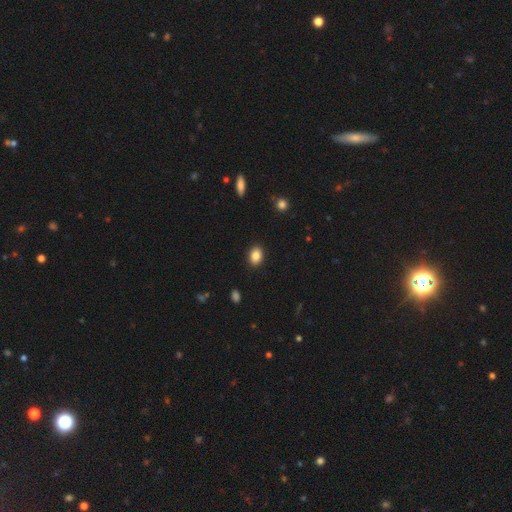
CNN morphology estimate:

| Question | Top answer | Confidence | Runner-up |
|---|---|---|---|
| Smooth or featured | smooth | 86% | star or artifact (9%) |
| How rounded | in between | 75% | round (24%) |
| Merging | none | 90% | minor disturbance (7%) |